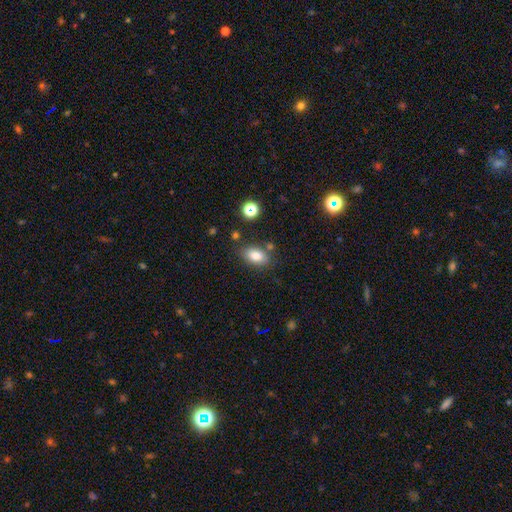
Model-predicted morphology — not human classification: A smooth galaxy with no disk features (81%) that is in between round and cigar-shaped (87%). Merging: none (77%).